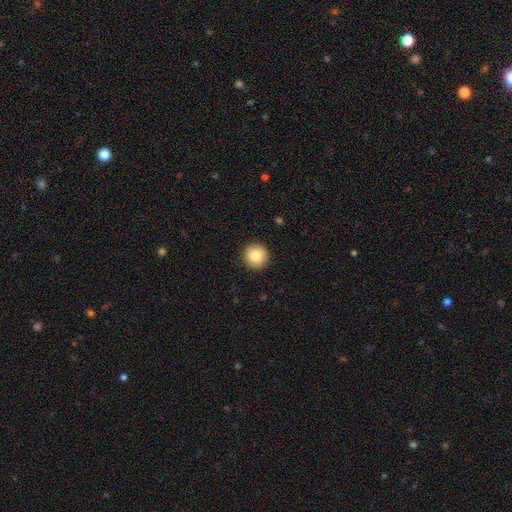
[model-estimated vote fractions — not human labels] smooth_or_featured: smooth (p=0.86) [alt: star or artifact p=0.08]
how_rounded: round (p=0.96) [alt: in between p=0.03]
merging: none (p=0.93) [alt: minor disturbance p=0.05]